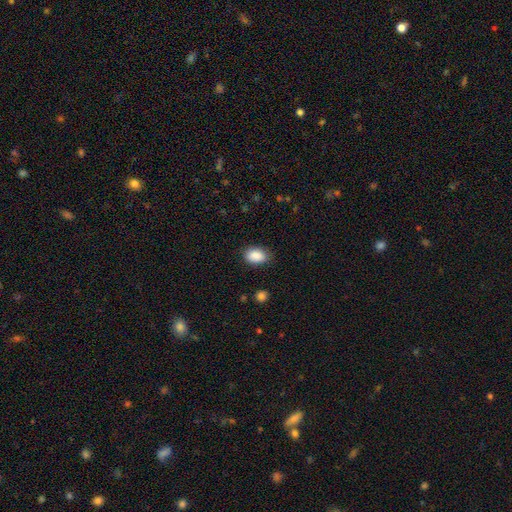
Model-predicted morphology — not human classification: Smooth or featured?
  - smooth: 89% *
  - star or artifact: 7%
  - featured or disk: 4%
How rounded?
  - in between: 87% *
  - round: 11%
  - cigar-shaped: 1%
Merging?
  - none: 82% *
  - minor disturbance: 14%
  - major disturbance: 3%
  - merger: 1%